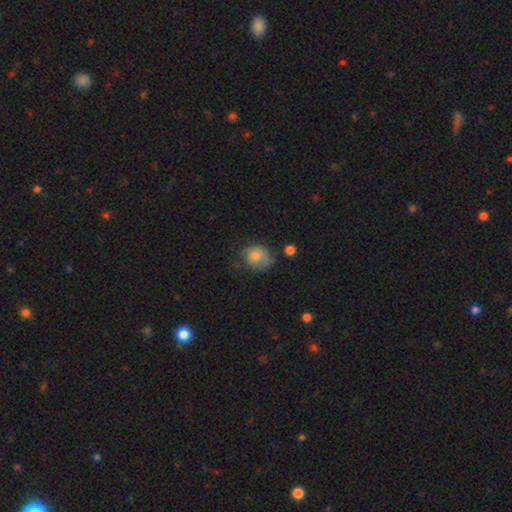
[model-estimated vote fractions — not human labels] smooth 74%, featured or disk 17%, star or artifact 9%. Down the decision tree: how rounded — round (67%); merging — none (49%).